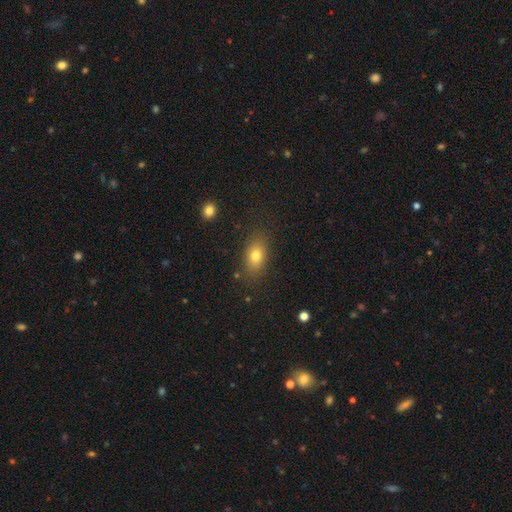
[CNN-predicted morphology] Overall: smooth (77%). How rounded: in between (81%). Merging: none (84%).